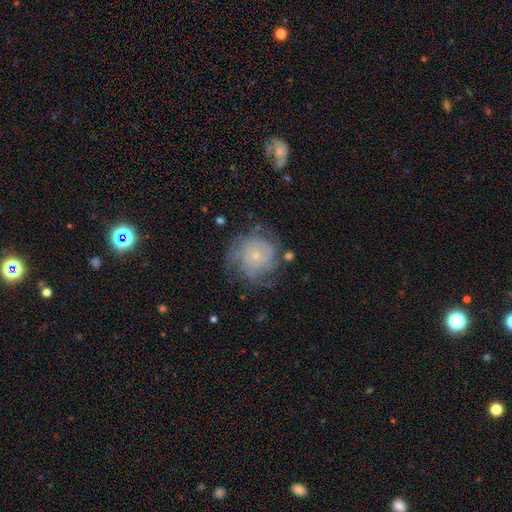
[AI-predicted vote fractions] Smooth or featured? Predicted: featured or disk (p=0.65). Edge-on disk? Predicted: no (p=0.97). Bar? Predicted: no (p=0.83). Spiral arms? Predicted: yes (p=0.81). Spiral winding? Predicted: tight (p=0.65). Spiral arm count? Predicted: can't tell (p=0.53). Bulge size? Predicted: small (p=0.79). Merging? Predicted: none (p=0.61).